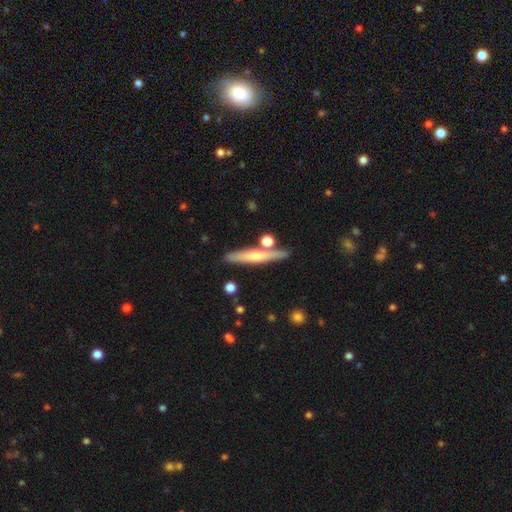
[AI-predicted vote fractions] This appears to be a featured or disk galaxy (48%). Merging: none (79%).